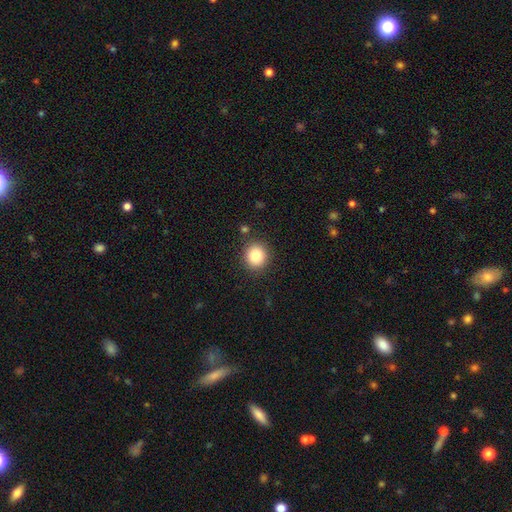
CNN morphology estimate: Q: Smooth or featured?
A: smooth (85%); runner-up: star or artifact (10%)
Q: How rounded?
A: round (84%); runner-up: in between (15%)
Q: Merging?
A: none (87%); runner-up: minor disturbance (8%)